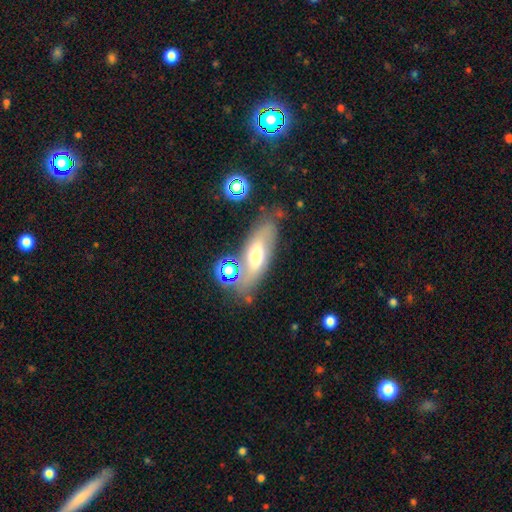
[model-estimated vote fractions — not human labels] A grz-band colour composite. It shows a smooth galaxy with no disk features (47%). Merging: none (67%).